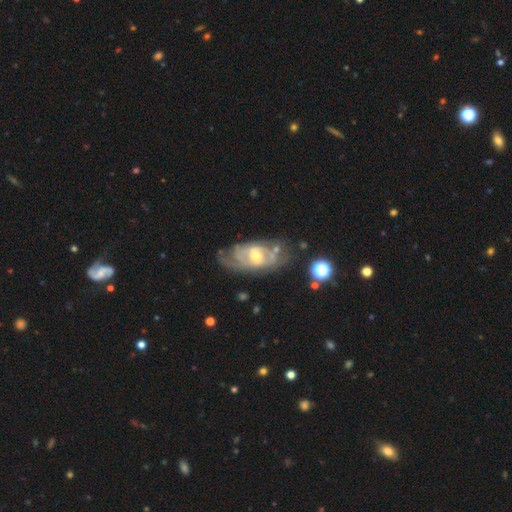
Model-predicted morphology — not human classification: Smooth or featured? featured or disk (80%)
Edge-on disk? no (93%)
Bar? no (46%)
Spiral arms? yes (85%)
Spiral winding? tight (50%)
Spiral arm count? can't tell (44%)
Bulge size? moderate (54%)
Merging? none (59%)